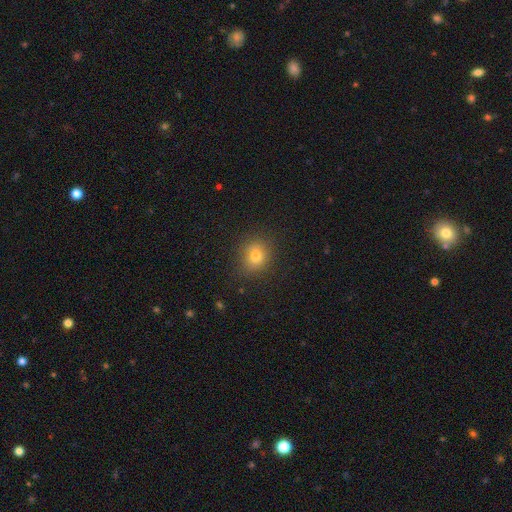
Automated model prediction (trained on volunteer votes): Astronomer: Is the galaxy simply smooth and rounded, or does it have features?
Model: smooth — 76%.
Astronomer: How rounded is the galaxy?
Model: round — 71%.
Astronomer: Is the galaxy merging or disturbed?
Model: none — 85%.